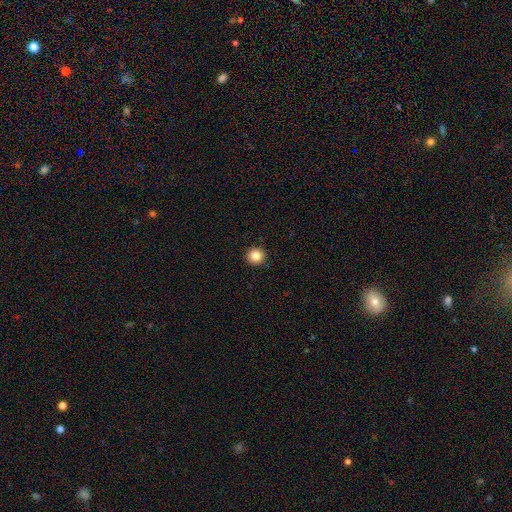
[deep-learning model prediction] This is clearly a smooth galaxy (85%). How rounded: clearly round (94%). Merging: clearly none (93%).